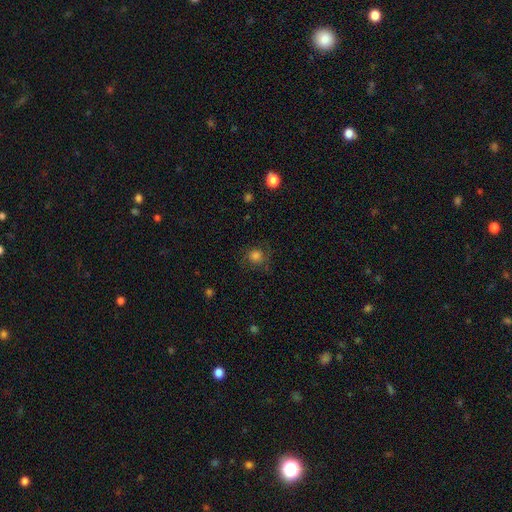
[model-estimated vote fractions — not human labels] Q: Smooth or featured?
A: smooth (77%); runner-up: star or artifact (12%)
Q: How rounded?
A: round (87%); runner-up: in between (12%)
Q: Merging?
A: none (73%); runner-up: minor disturbance (16%)